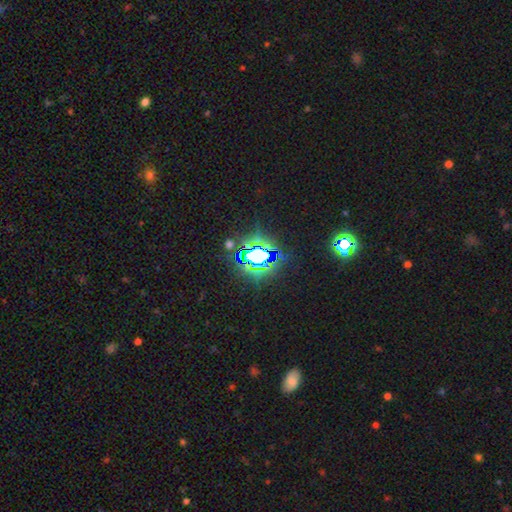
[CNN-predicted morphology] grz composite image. It shows a star or artifact, not a galaxy (78%).